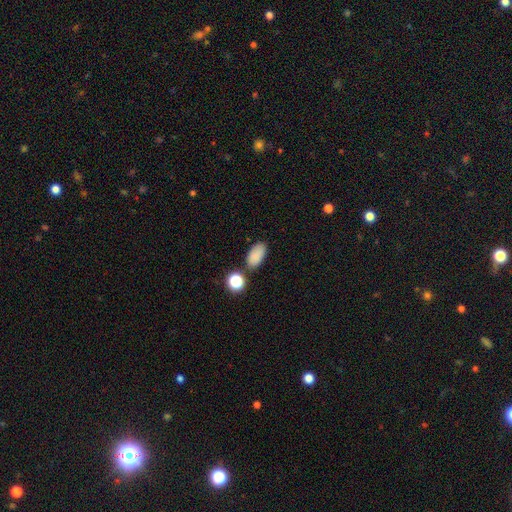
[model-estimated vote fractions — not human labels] Smooth or featured? Predicted: smooth (p=0.85). How rounded? Predicted: in between (p=0.92). Merging? Predicted: none (p=0.76).